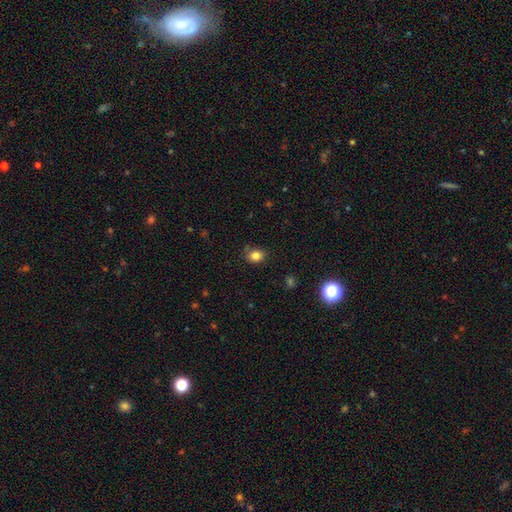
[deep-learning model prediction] smooth_or_featured: smooth (p=0.82) [alt: star or artifact p=0.12]
how_rounded: round (p=0.55) [alt: in between p=0.45]
merging: none (p=0.78) [alt: minor disturbance p=0.15]